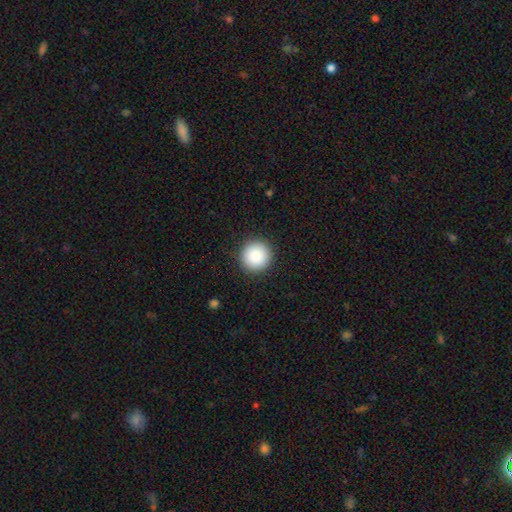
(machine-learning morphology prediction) smooth-or-featured: smooth: 89% | star or artifact: 8% | featured or disk: 3%
  how-rounded: round: 95% | in between: 4% | cigar-shaped: 1%
  merging: none: 92% | minor disturbance: 5% | major disturbance: 2% | merger: 1%